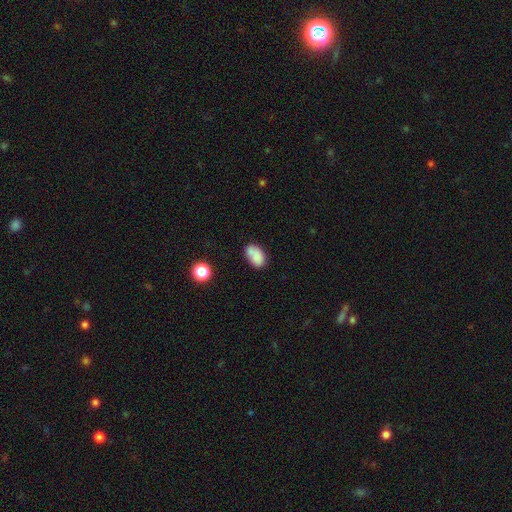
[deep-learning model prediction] smooth 81%, featured or disk 10%, star or artifact 9%. Down the decision tree: how rounded — in between (89%); merging — none (59%).